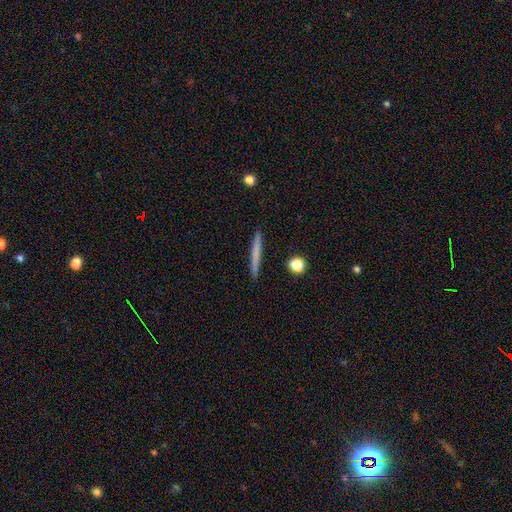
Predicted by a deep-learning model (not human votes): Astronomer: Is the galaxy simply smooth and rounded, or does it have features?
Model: smooth — 66%.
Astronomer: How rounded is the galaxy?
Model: cigar-shaped — 96%.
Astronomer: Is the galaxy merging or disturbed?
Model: none — 89%.